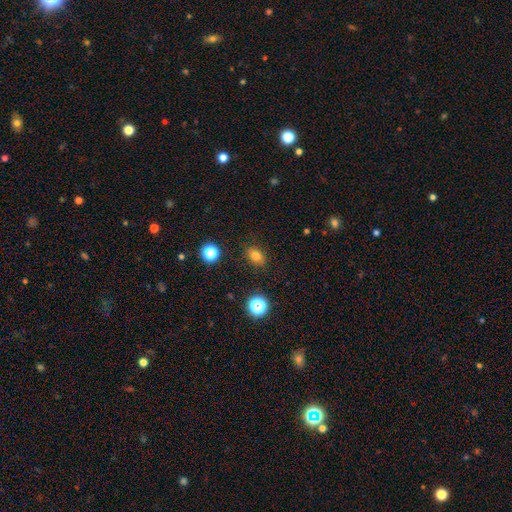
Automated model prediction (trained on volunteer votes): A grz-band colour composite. It shows a smooth galaxy with no disk features (78%) that is in between round and cigar-shaped (68%). Merging: none (86%).